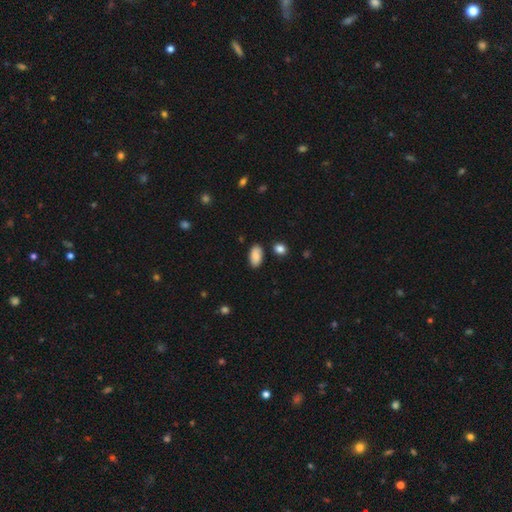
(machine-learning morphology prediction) Smooth or featured: smooth — 86% (star or artifact — 7%)
How rounded: in between — 94% (round — 3%)
Merging: none — 83% (minor disturbance — 11%)